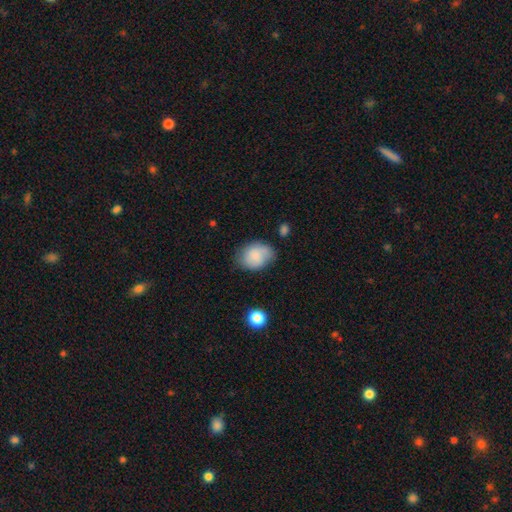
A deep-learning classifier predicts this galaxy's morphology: smooth_or_featured: smooth (p=0.81) [alt: featured or disk p=0.12]
how_rounded: in between (p=0.65) [alt: round p=0.34]
merging: none (p=0.63) [alt: minor disturbance p=0.27]